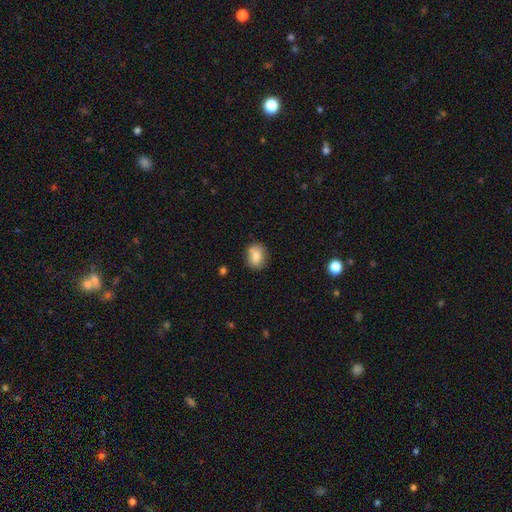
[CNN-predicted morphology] type=smooth (80%); roundness=round (57%); merging=none (72%).